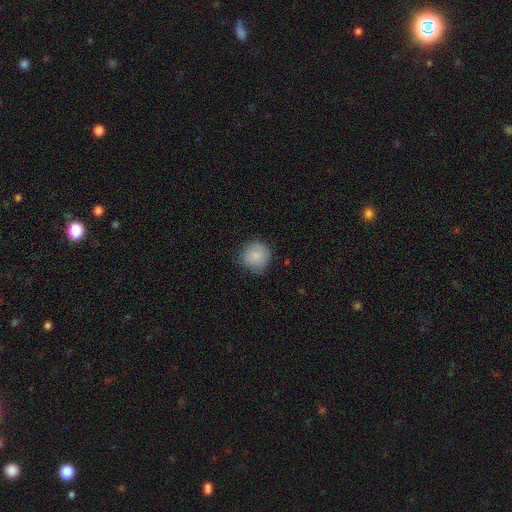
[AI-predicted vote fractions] Smooth or featured? Predicted: smooth (p=0.86). How rounded? Predicted: round (p=0.92). Merging? Predicted: none (p=0.75).